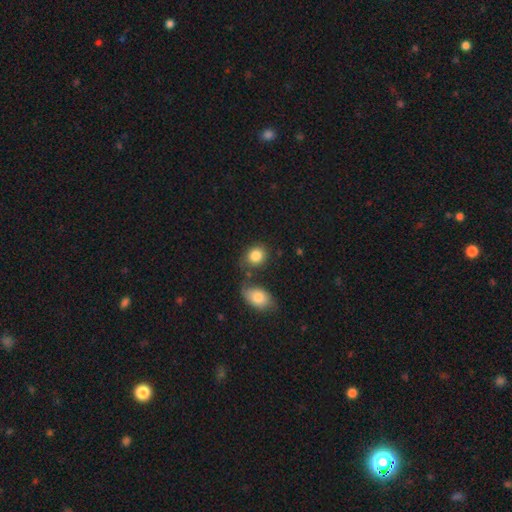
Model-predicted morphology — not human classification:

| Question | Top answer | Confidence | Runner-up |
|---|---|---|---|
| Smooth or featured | smooth | 85% | star or artifact (8%) |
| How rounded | round | 58% | in between (41%) |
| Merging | none | 63% | merger (18%) |